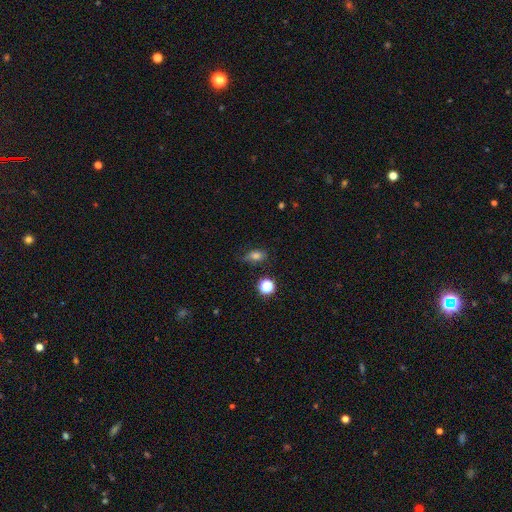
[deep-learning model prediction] smooth_or_featured: smooth (p=0.73) [alt: star or artifact p=0.17]
how_rounded: in between (p=0.75) [alt: round p=0.20]
merging: none (p=0.68) [alt: minor disturbance p=0.23]